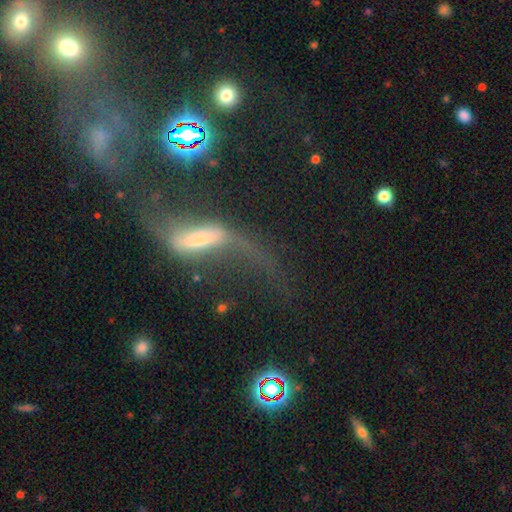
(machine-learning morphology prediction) The model was most divided on "merging": none: 38%, major disturbance: 32%, minor disturbance: 16%, merger: 14%. Remaining: spiral arms — yes (85%); edge-on disk — no (81%); smooth or featured — featured or disk (69%); bar — strong (49%); bulge size — small (37%).